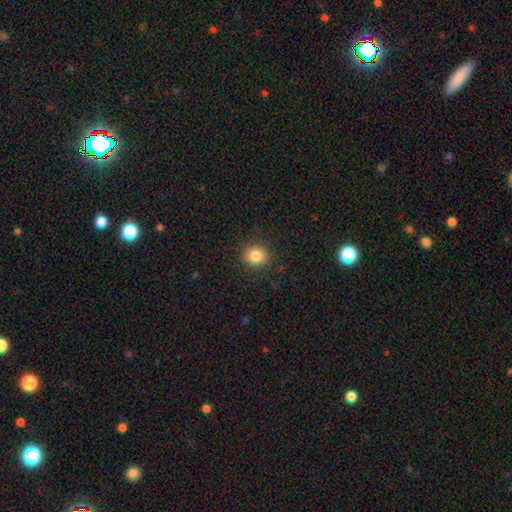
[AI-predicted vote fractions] The model was most divided on "how rounded": round: 77%, in between: 22%, cigar-shaped: 1%. More confident: merging — none (90%); smooth or featured — smooth (84%).